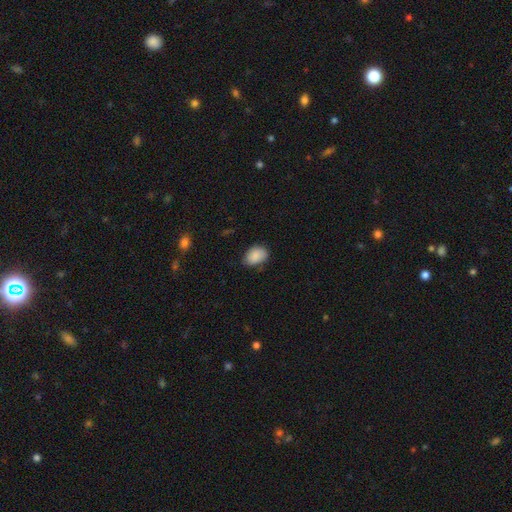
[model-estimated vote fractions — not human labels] This appears to be a smooth galaxy with no disk features (87%) that is in between round and cigar-shaped (77%). Merging: none (70%).